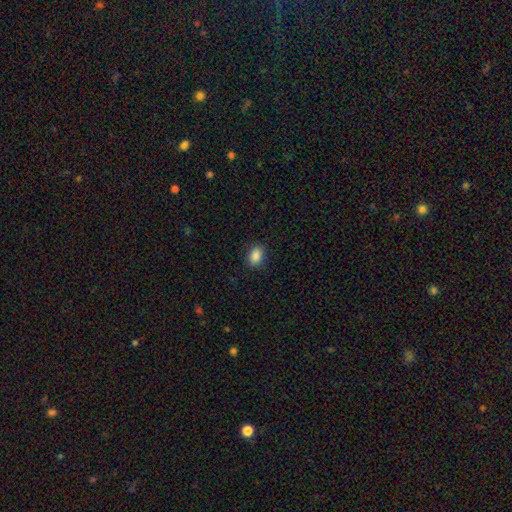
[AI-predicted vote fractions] A smooth galaxy with no disk features (88%) that is in between round and cigar-shaped (82%). Merging: none (88%).